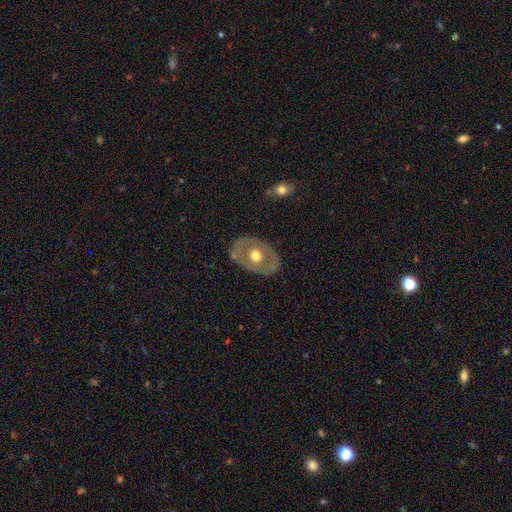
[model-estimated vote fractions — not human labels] The model was most divided on "smooth or featured": featured or disk: 56%, smooth: 39%, star or artifact: 5%. More confident: edge-on disk — no (91%); bar — no (90%); spiral arms — no (90%); merging — none (79%); bulge size — moderate (74%).